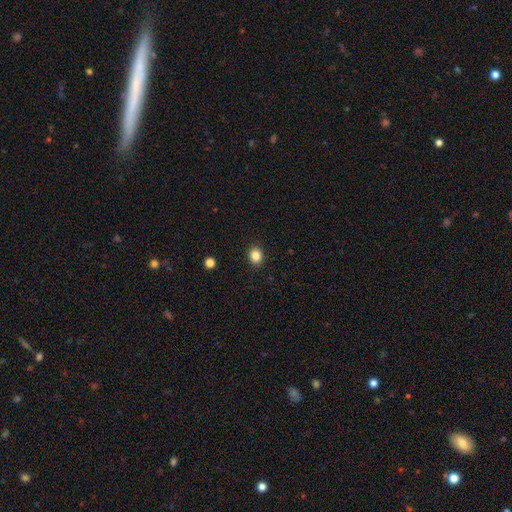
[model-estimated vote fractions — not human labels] Smooth or featured: smooth — 84% (star or artifact — 11%)
How rounded: round — 57% (in between — 42%)
Merging: none — 91% (minor disturbance — 6%)